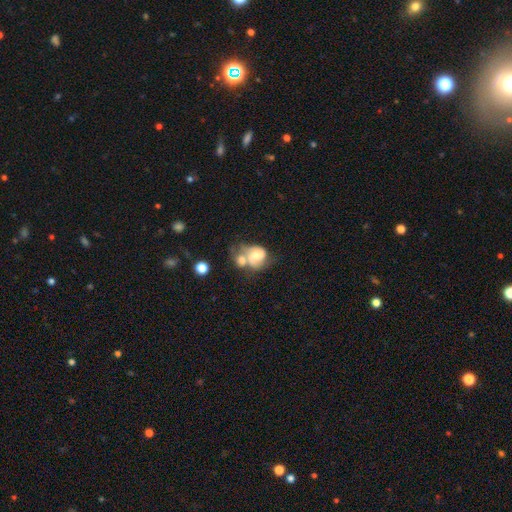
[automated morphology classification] Smooth or featured? featured or disk (58%)
Edge-on disk? no (97%)
Bar? no (43%)
Spiral arms? yes (77%)
Bulge size? moderate (52%)
Merging? merger (49%)